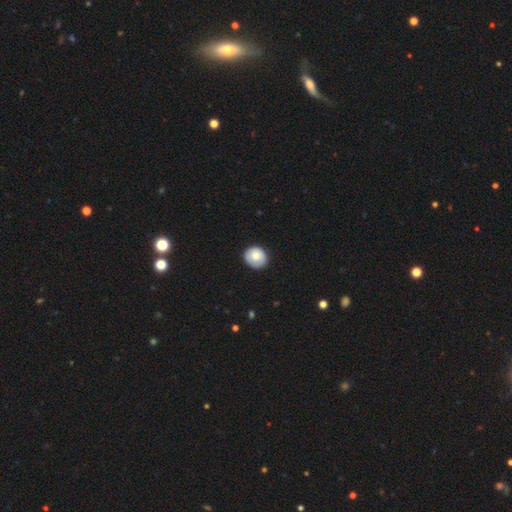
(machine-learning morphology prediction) Overall: smooth (76%). How rounded: round (78%). Merging: none (83%).